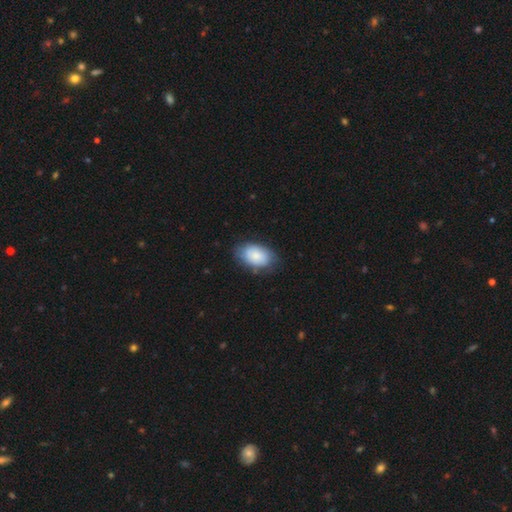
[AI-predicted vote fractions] The model was most divided on "merging": none: 73%, minor disturbance: 20%, major disturbance: 5%, merger: 1%. More confident: how rounded — in between (89%); smooth or featured — smooth (78%).